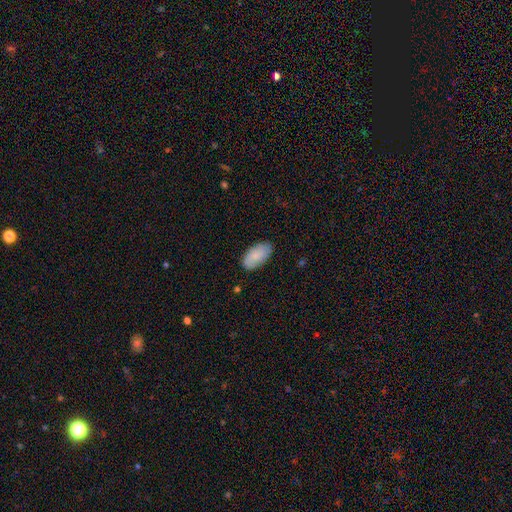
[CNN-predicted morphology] type=smooth (80%); roundness=in between (95%); merging=none (83%).